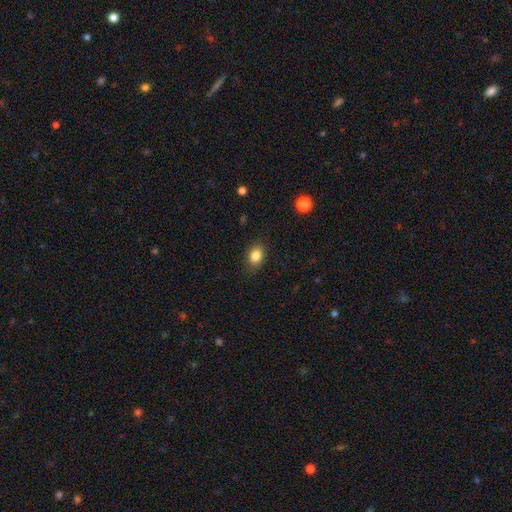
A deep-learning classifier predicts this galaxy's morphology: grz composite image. It shows a smooth galaxy with no disk features (84%) that is in between round and cigar-shaped (69%). Merging: none (85%).